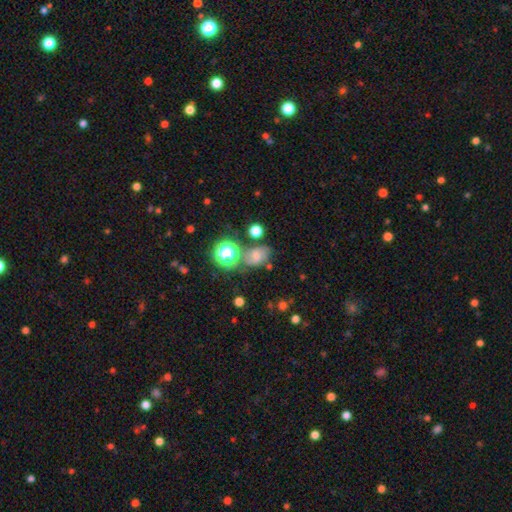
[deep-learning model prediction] Q: Smooth or featured?
A: smooth (51%); runner-up: featured or disk (25%)
Q: How rounded?
A: in between (59%); runner-up: round (39%)
Q: Merging?
A: none (51%); runner-up: minor disturbance (22%)